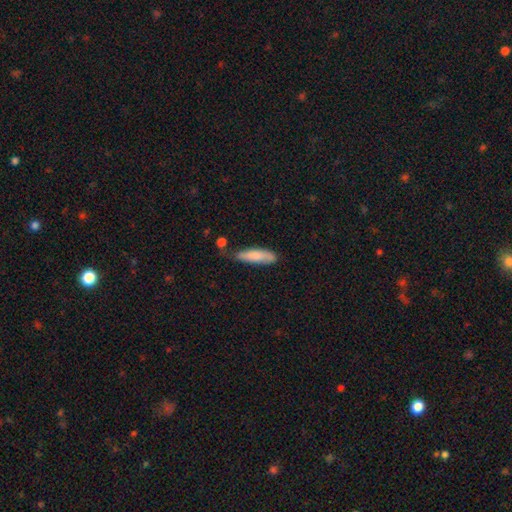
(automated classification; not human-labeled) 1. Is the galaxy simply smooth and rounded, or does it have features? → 79% smooth, 15% featured or disk, 6% star or artifact.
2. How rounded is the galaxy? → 68% cigar-shaped, 30% in between, 2% round.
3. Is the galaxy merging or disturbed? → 58% none, 29% minor disturbance, 7% major disturbance, 6% merger.